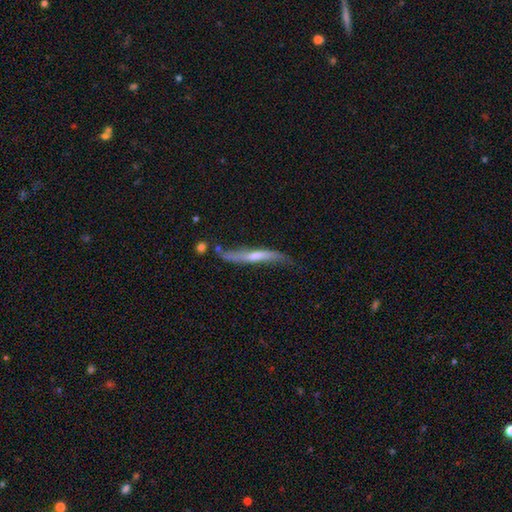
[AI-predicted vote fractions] Q: Smooth or featured?
A: featured or disk (63%); runner-up: smooth (31%)
Q: Edge-on disk?
A: yes (77%); runner-up: no (23%)
Q: Merging?
A: none (52%); runner-up: minor disturbance (30%)